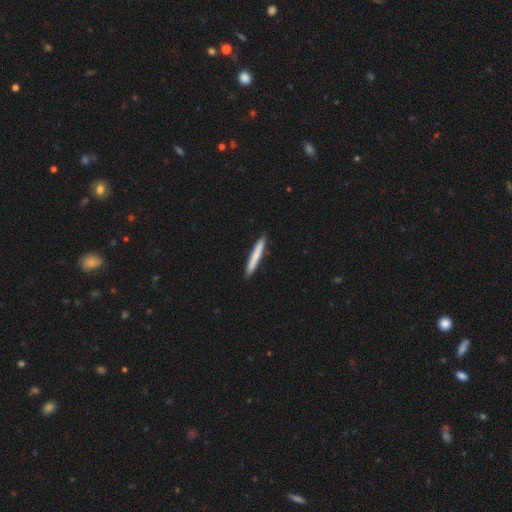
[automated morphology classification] smooth-or-featured: smooth: 74% | featured or disk: 21% | star or artifact: 5%
  how-rounded: cigar-shaped: 96% | in between: 2% | round: 1%
  merging: none: 91% | minor disturbance: 7% | major disturbance: 1% | merger: 1%